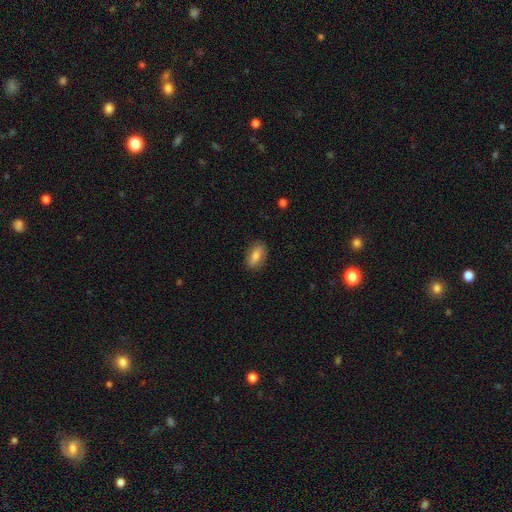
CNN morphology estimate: smooth 78%, featured or disk 15%, star or artifact 7%. Down the decision tree: how rounded — in between (86%); merging — none (85%).